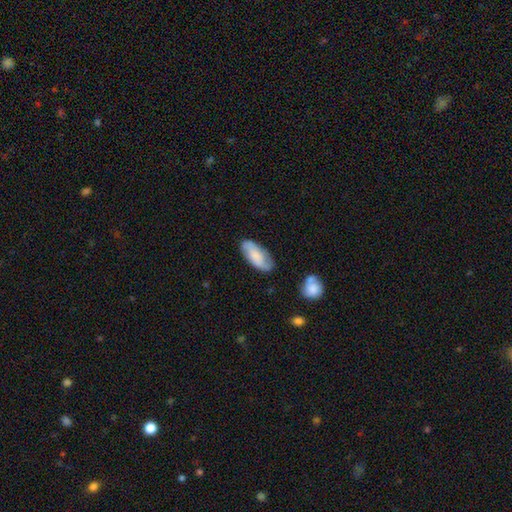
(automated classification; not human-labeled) Morphology: type=smooth (64%); roundness=in between (86%); merging=none (77%).